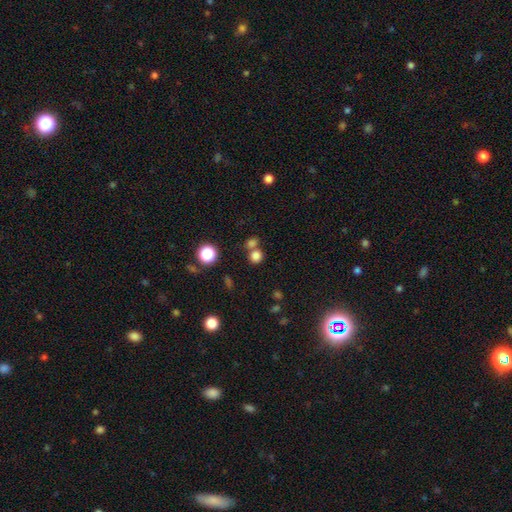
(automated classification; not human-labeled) smooth_or_featured: smooth (p=0.78) [alt: star or artifact p=0.15]
how_rounded: round (p=0.83) [alt: in between p=0.16]
merging: none (p=0.56) [alt: merger p=0.33]